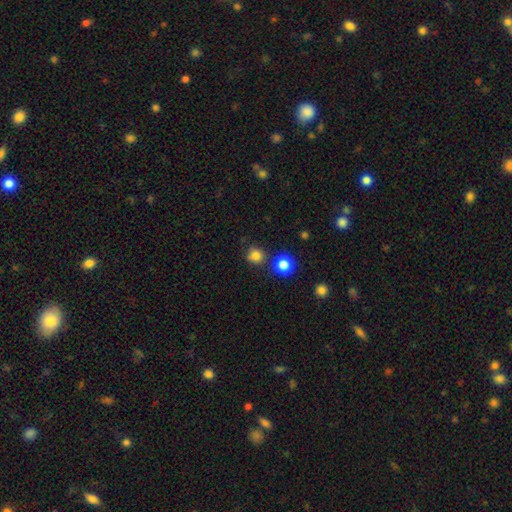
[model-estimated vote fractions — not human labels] Smooth or featured: smooth — 81% (star or artifact — 14%)
How rounded: round — 88% (in between — 11%)
Merging: none — 76% (minor disturbance — 12%)